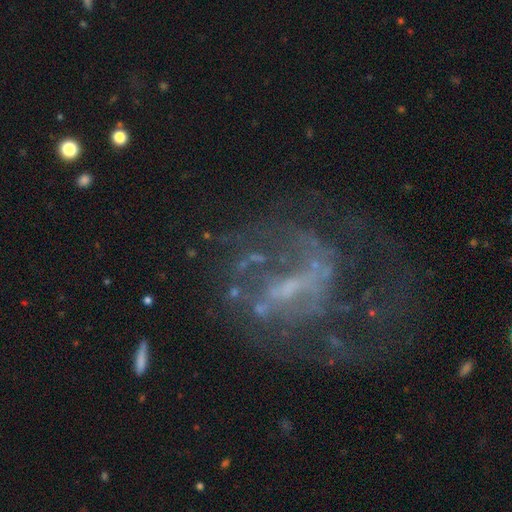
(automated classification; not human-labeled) featured or disk 74%, star or artifact 15%, smooth 11%. Down the decision tree: edge-on disk — no (97%); bar — weak (40%); spiral arms — yes (57%); bulge size — small (39%); merging — none (45%).